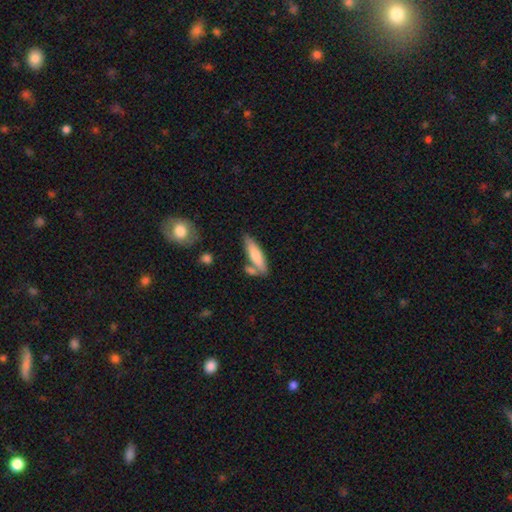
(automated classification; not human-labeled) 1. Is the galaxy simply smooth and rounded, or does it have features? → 70% smooth, 24% featured or disk, 6% star or artifact.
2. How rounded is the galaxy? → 64% cigar-shaped, 35% in between, 2% round.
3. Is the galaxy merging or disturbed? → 63% none, 19% merger, 15% minor disturbance, 4% major disturbance.